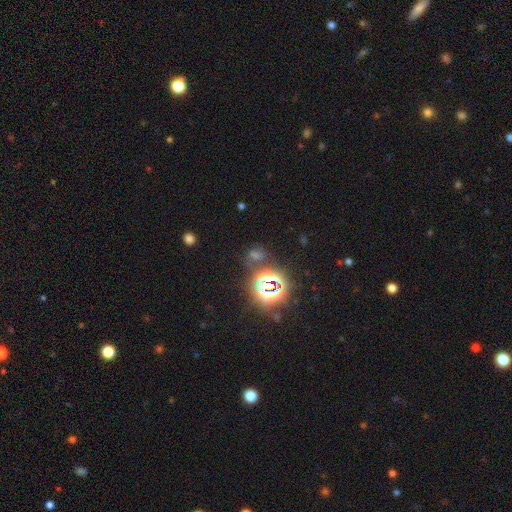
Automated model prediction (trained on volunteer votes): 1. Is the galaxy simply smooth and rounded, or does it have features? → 68% star or artifact, 23% smooth, 9% featured or disk.